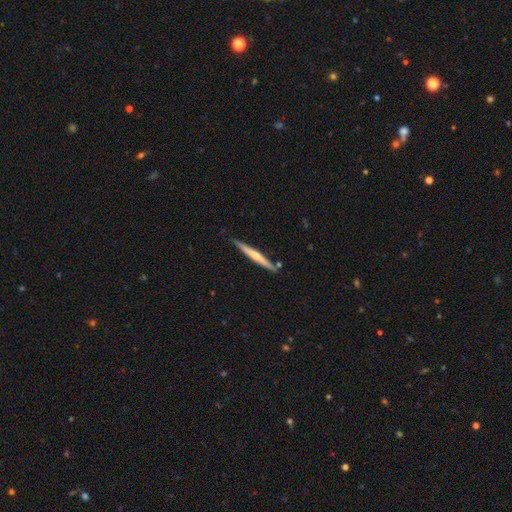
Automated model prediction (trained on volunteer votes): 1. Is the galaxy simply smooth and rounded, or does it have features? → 52% featured or disk, 43% smooth, 5% star or artifact.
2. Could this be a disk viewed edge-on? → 96% yes, 4% no.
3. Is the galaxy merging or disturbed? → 83% none, 12% minor disturbance, 4% merger, 2% major disturbance.